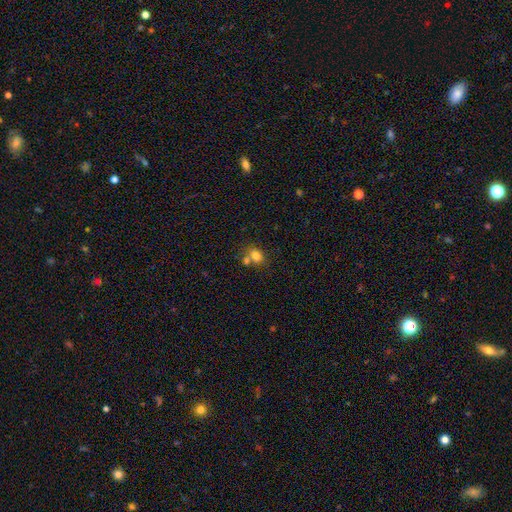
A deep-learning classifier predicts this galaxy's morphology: Smooth or featured? smooth (79%)
How rounded? in between (52%)
Merging? none (47%)